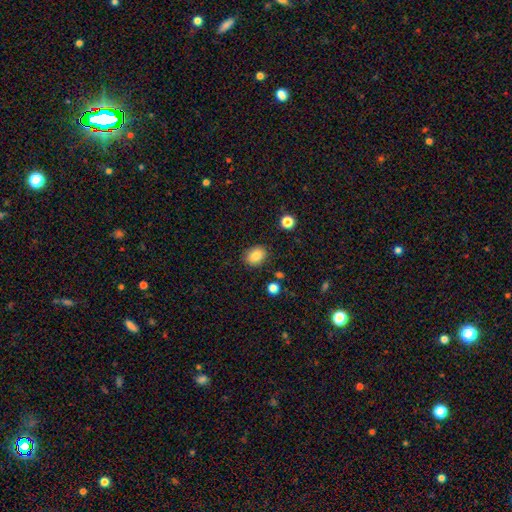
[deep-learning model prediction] Smooth or featured? smooth (84%)
How rounded? in between (60%)
Merging? none (84%)